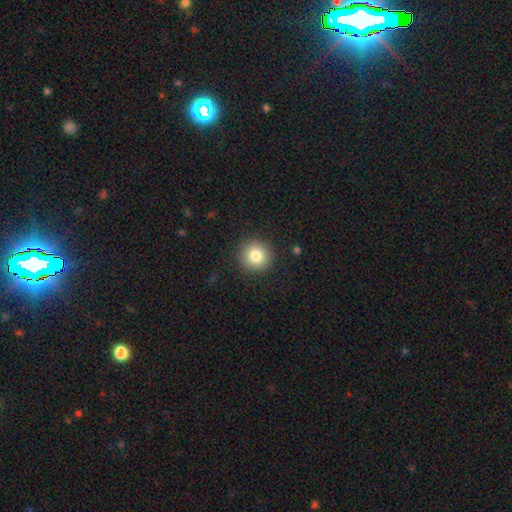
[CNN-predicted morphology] A smooth galaxy with no disk features (82%) that is round (95%).

Vote fractions:
- Smooth or featured? smooth: 82% / star or artifact: 10% / featured or disk: 8%
- How rounded? round: 95% / in between: 4% / cigar-shaped: 1%
- Merging? none: 91% / minor disturbance: 6% / major disturbance: 2% / merger: 1%